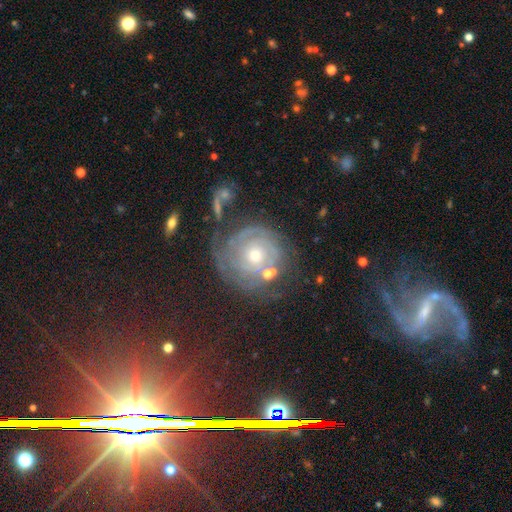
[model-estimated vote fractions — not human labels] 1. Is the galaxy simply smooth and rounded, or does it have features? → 79% featured or disk, 12% smooth, 10% star or artifact.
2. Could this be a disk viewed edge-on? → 97% no, 3% yes.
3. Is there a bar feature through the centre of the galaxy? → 81% no, 15% weak, 4% strong.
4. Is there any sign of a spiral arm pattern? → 90% yes, 10% no.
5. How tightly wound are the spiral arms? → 78% tight, 17% medium, 6% loose.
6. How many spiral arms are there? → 38% can't tell, 27% 2, 14% 3, 7% 1, 7% 4, 6% more than 4.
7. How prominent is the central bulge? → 48% small, 47% moderate, 3% large, 1% none, 1% dominant.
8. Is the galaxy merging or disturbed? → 61% none, 19% minor disturbance, 13% major disturbance, 7% merger.